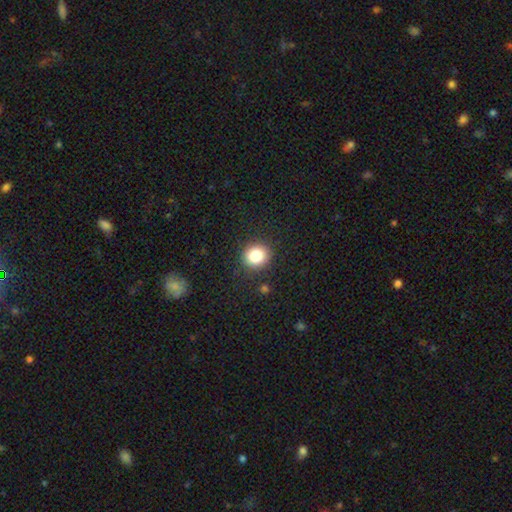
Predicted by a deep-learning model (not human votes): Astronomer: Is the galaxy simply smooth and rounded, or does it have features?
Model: smooth — 84%.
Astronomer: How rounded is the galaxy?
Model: round — 80%.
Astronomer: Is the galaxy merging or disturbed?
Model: none — 88%.